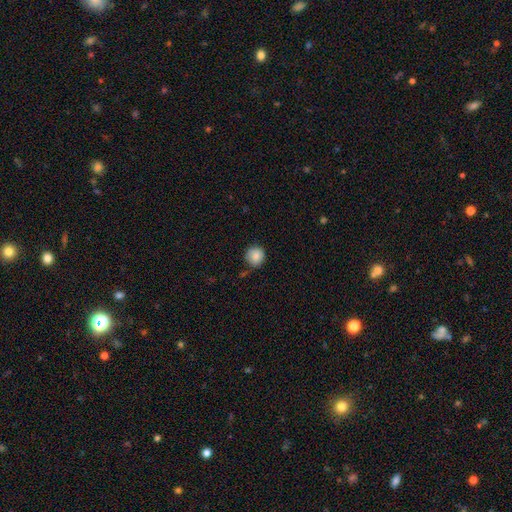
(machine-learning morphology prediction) smooth-or-featured: smooth: 86% | star or artifact: 9% | featured or disk: 5%
  how-rounded: round: 92% | in between: 7% | cigar-shaped: 1%
  merging: none: 79% | minor disturbance: 16% | major disturbance: 3% | merger: 3%